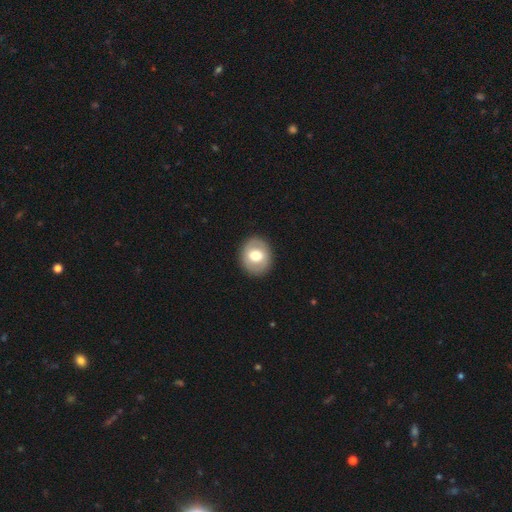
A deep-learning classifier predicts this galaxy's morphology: A smooth galaxy with no disk features (63%) that is round (69%).

Vote fractions:
- Smooth or featured? smooth: 63% / featured or disk: 30% / star or artifact: 7%
- How rounded? round: 69% / in between: 30% / cigar-shaped: 1%
- Merging? none: 89% / minor disturbance: 8% / major disturbance: 3% / merger: 1%